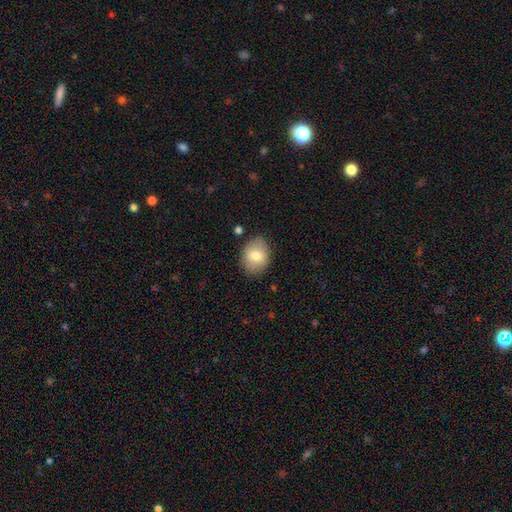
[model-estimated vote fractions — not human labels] This appears to be a smooth galaxy with no disk features (75%) that is in between round and cigar-shaped (59%). Merging: none (83%).